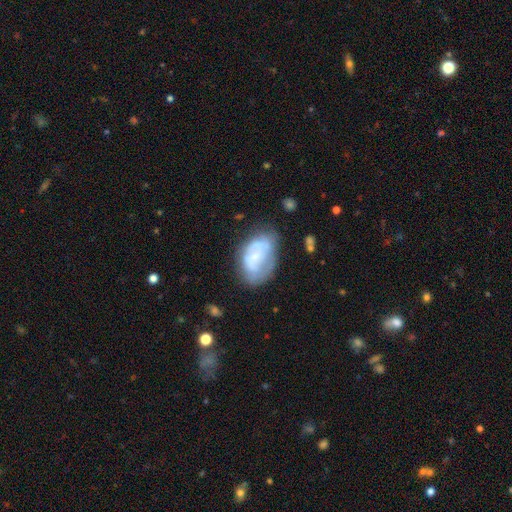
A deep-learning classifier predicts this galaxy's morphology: Smooth or featured: featured or disk — 54% (smooth — 39%)
Edge-on disk: no — 96% (yes — 4%)
Bar: no — 65% (weak — 28%)
Spiral arms: yes — 55% (no — 45%)
Bulge size: small — 59% (moderate — 21%)
Merging: none — 50% (minor disturbance — 30%)